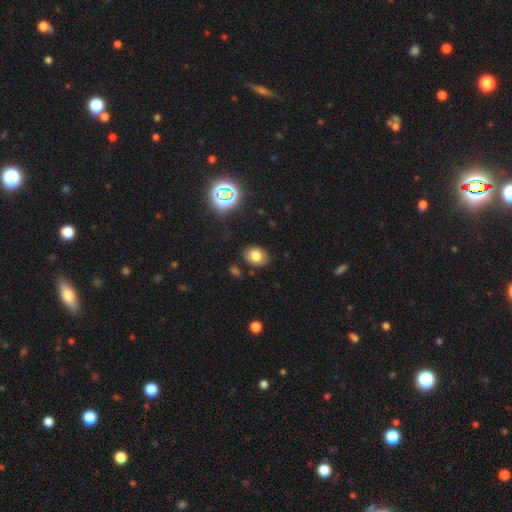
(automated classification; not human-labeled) This appears to be a smooth galaxy with no disk features (77%) that is in between round and cigar-shaped (61%). Merging: none (85%).